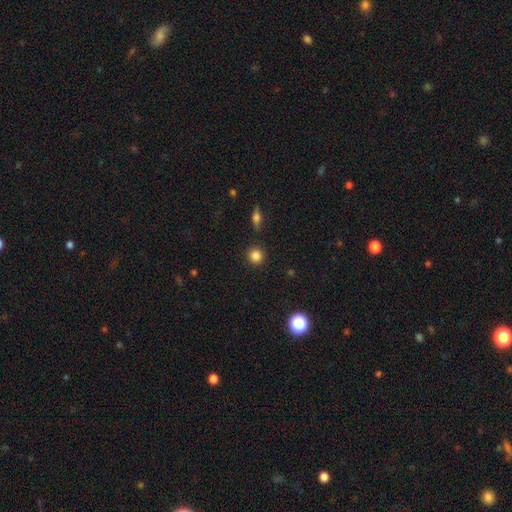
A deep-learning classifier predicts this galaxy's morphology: Smooth or featured: smooth — 84% (star or artifact — 11%)
How rounded: round — 93% (in between — 6%)
Merging: none — 90% (minor disturbance — 6%)